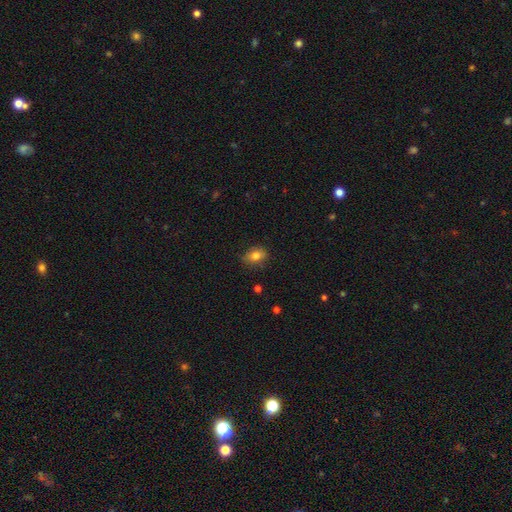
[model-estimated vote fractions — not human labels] Q: Smooth or featured?
A: smooth (80%); runner-up: featured or disk (11%)
Q: How rounded?
A: in between (70%); runner-up: round (28%)
Q: Merging?
A: none (80%); runner-up: minor disturbance (16%)